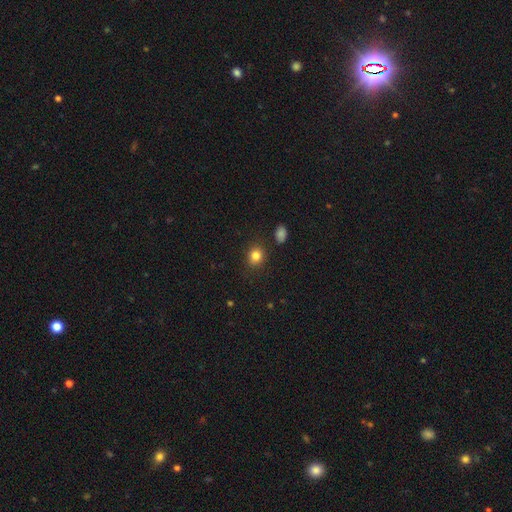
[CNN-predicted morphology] Smooth or featured: smooth — 83% (star or artifact — 11%)
How rounded: round — 68% (in between — 31%)
Merging: none — 84% (minor disturbance — 10%)